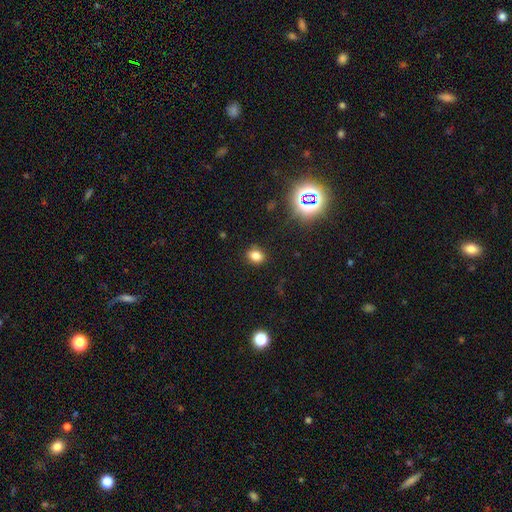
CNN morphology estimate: This appears to be a smooth galaxy with no disk features (78%) that is in between round and cigar-shaped (55%). Merging: none (86%).